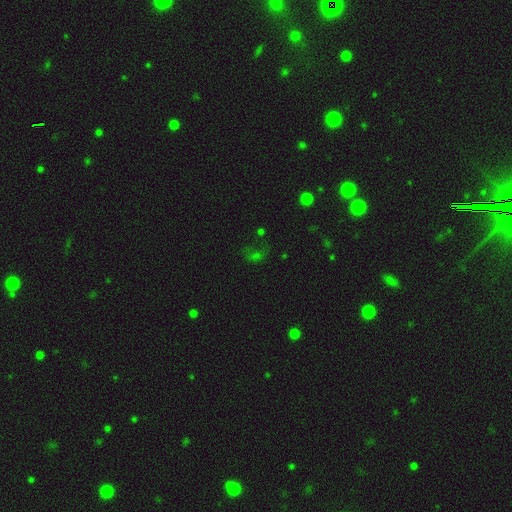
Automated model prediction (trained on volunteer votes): Overall: star or artifact (48%; smooth 38%).